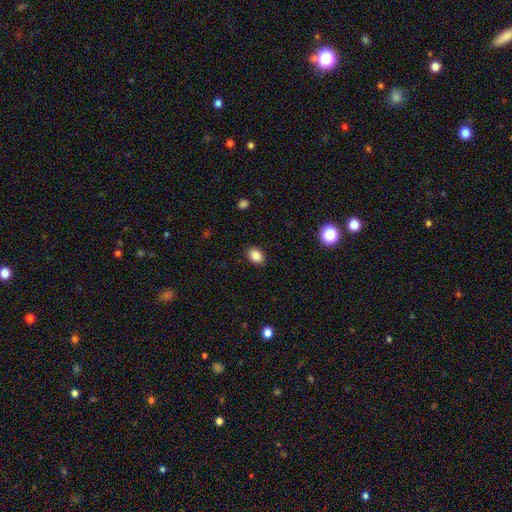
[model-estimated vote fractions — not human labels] A smooth galaxy with no disk features (86%) that is in between round and cigar-shaped (73%). Merging: none (89%).